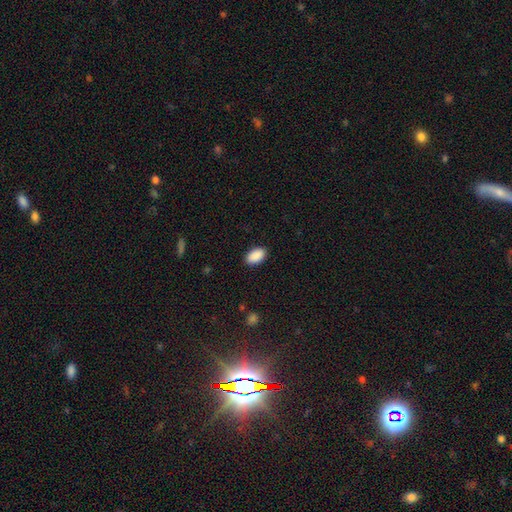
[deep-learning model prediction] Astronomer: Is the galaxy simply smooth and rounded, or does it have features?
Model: smooth — 91%.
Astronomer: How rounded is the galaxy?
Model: in between — 94%.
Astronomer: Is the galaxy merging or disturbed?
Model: none — 89%.